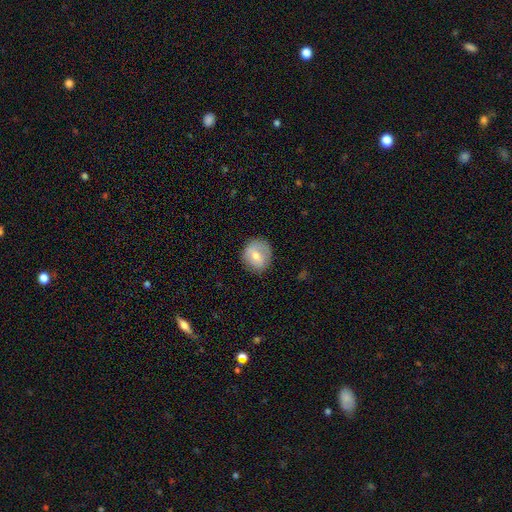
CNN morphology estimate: smooth-or-featured: smooth: 63% | featured or disk: 29% | star or artifact: 8%
  how-rounded: round: 84% | in between: 14% | cigar-shaped: 1%
  merging: none: 80% | minor disturbance: 14% | major disturbance: 4% | merger: 1%